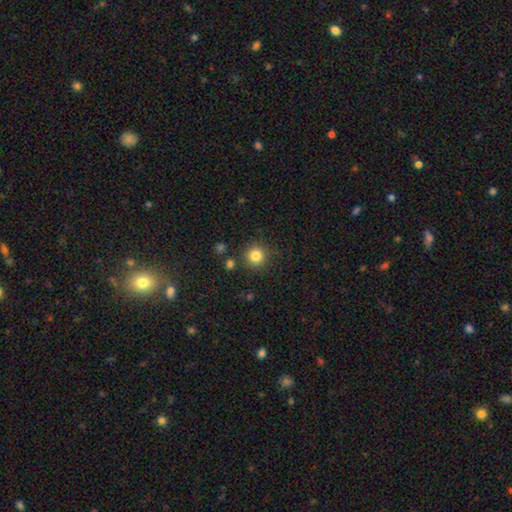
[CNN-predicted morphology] Q: Smooth or featured?
A: smooth (83%); runner-up: star or artifact (12%)
Q: How rounded?
A: round (94%); runner-up: in between (5%)
Q: Merging?
A: none (86%); runner-up: minor disturbance (8%)